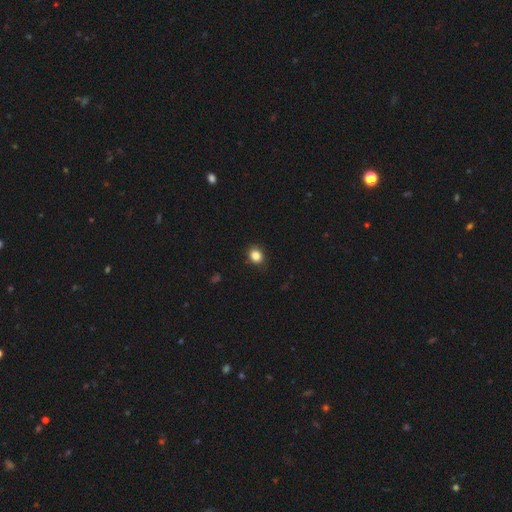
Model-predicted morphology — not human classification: Overall: smooth (86%). How rounded: round (62%; in between 37%). Merging: none (86%).